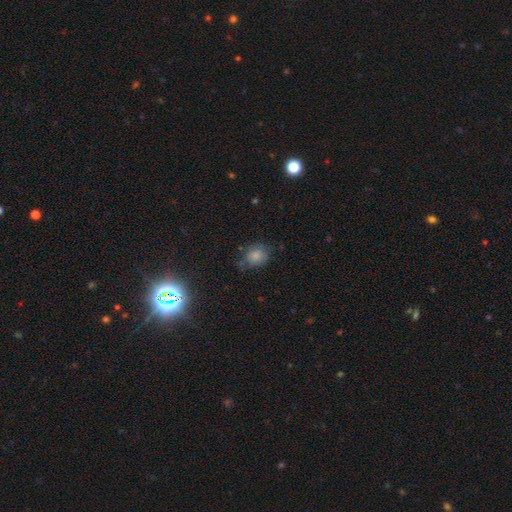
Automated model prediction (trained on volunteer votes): Smooth or featured?
  - smooth: 80% *
  - star or artifact: 11%
  - featured or disk: 9%
How rounded?
  - round: 63% *
  - in between: 36%
  - cigar-shaped: 1%
Merging?
  - none: 62% *
  - minor disturbance: 26%
  - major disturbance: 8%
  - merger: 4%